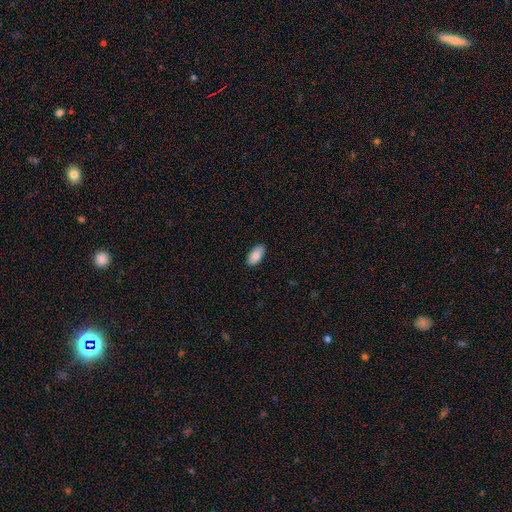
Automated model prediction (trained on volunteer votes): Overall: smooth (88%). How rounded: in between (93%). Merging: none (88%).